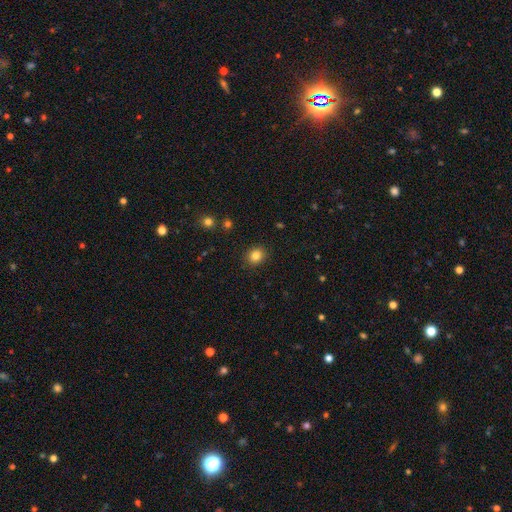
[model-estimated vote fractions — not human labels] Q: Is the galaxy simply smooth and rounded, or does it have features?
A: smooth — 84%.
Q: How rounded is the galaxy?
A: round — 73%.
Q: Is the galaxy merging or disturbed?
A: none — 90%.